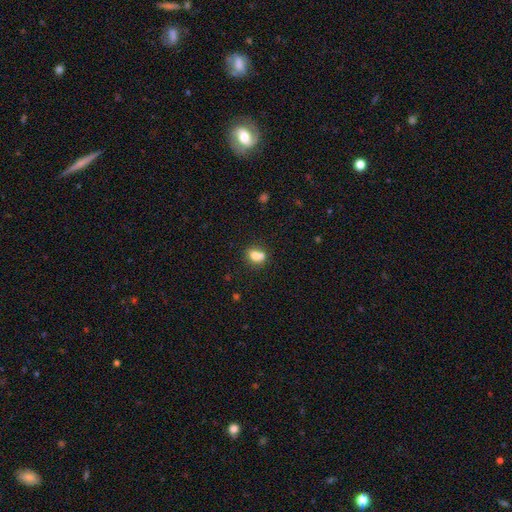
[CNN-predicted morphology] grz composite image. It shows a smooth galaxy with no disk features (74%) that is round (56%). Merging: merger (45%).